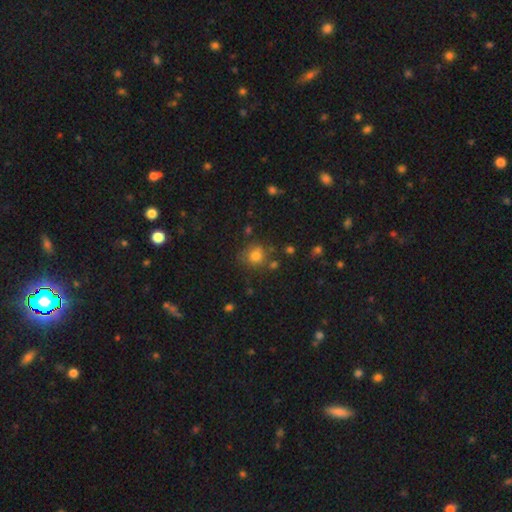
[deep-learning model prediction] This appears to be a smooth galaxy with no disk features (76%) that is round (75%). Merging: none (63%).